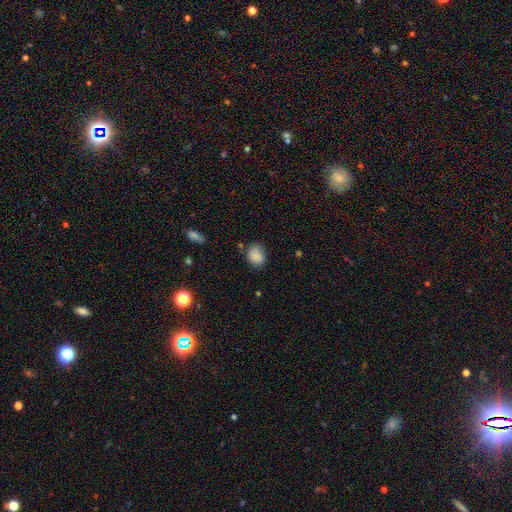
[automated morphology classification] smooth-or-featured: smooth: 84% | star or artifact: 9% | featured or disk: 6%
  how-rounded: round: 51% | in between: 48% | cigar-shaped: 1%
  merging: none: 66% | minor disturbance: 25% | major disturbance: 6% | merger: 3%